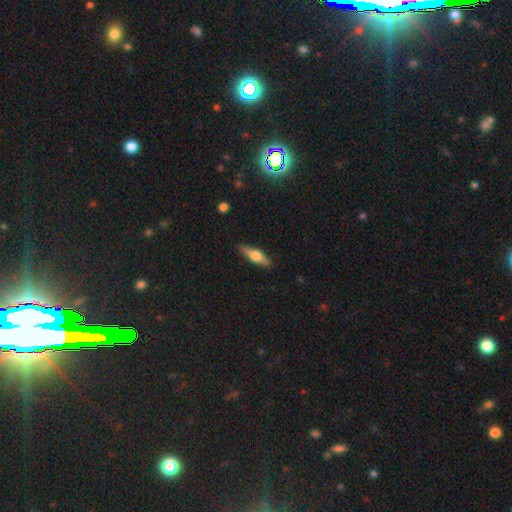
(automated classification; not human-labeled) This is possibly a smooth galaxy (50%). Merging: clearly none (87%).